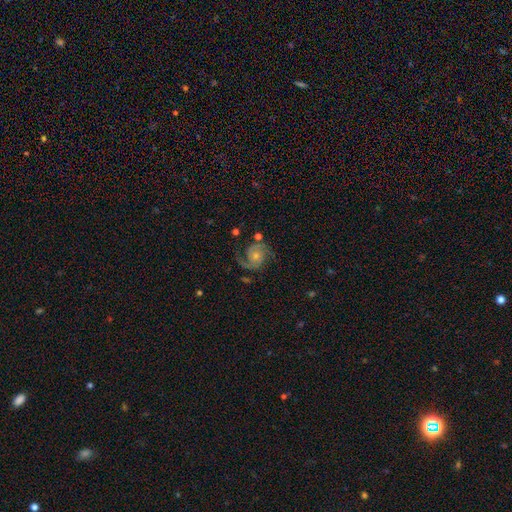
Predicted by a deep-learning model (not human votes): A featured or disk galaxy (89%) with no bar (73%), 2 (92%) medium (52%) spiral arms (98%) and a small central bulge (56%).

Vote fractions:
- Smooth or featured? featured or disk: 89% / star or artifact: 6% / smooth: 6%
- Edge-on disk? no: 98% / yes: 2%
- Bar? no: 73% / weak: 22% / strong: 5%
- Spiral arms? yes: 98% / no: 2%
- Spiral winding? medium: 52% / tight: 26% / loose: 21%
- Spiral arm count? 2: 92% / can't tell: 2% / 1: 2% / 3: 2% / 4: 1% / more than 4: 1%
- Bulge size? small: 56% / moderate: 35% / none: 4% / large: 3% / dominant: 1%
- Merging? none: 75% / minor disturbance: 15% / major disturbance: 8% / merger: 3%